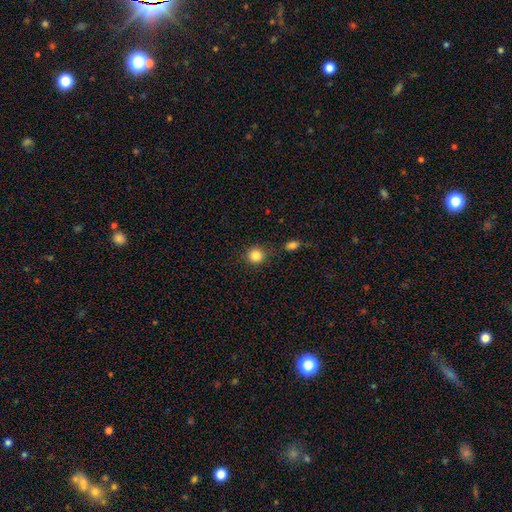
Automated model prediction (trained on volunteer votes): The model was most divided on "merging": none: 83%, minor disturbance: 9%, merger: 5%, major disturbance: 3%. More confident: how rounded — round (91%); smooth or featured — smooth (85%).